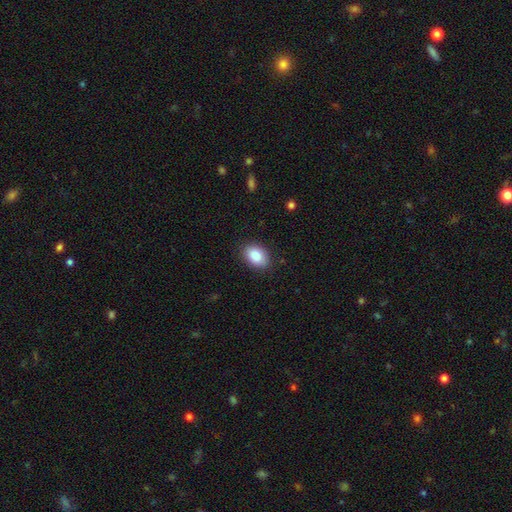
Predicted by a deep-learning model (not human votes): Morphology: type=smooth (88%); roundness=in between (85%); merging=none (86%).